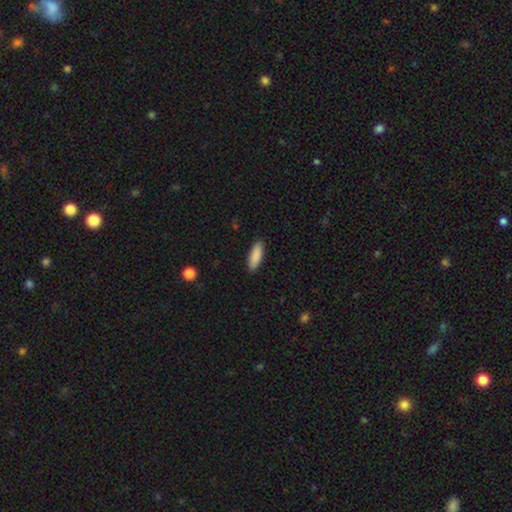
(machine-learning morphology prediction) Smooth or featured? smooth (89%)
How rounded? in between (53%)
Merging? none (90%)